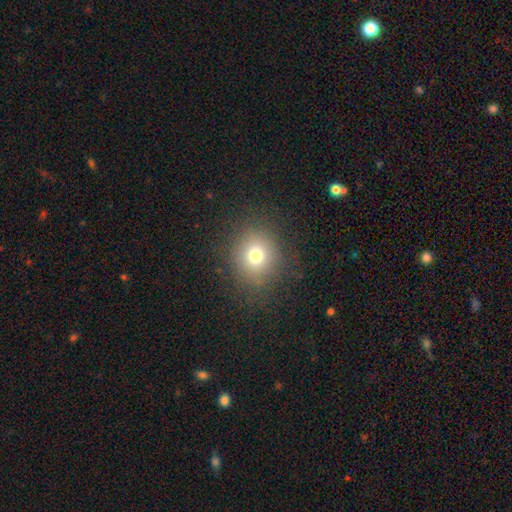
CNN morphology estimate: Q: Smooth or featured?
A: smooth (74%); runner-up: star or artifact (16%)
Q: How rounded?
A: round (80%); runner-up: in between (19%)
Q: Merging?
A: none (84%); runner-up: minor disturbance (9%)